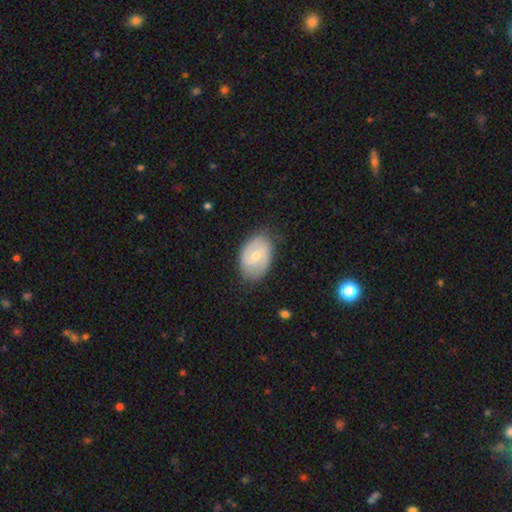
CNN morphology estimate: The model was most divided on "smooth or featured": featured or disk: 51%, smooth: 44%, star or artifact: 6%. More confident: edge-on disk — no (96%); merging — none (75%).